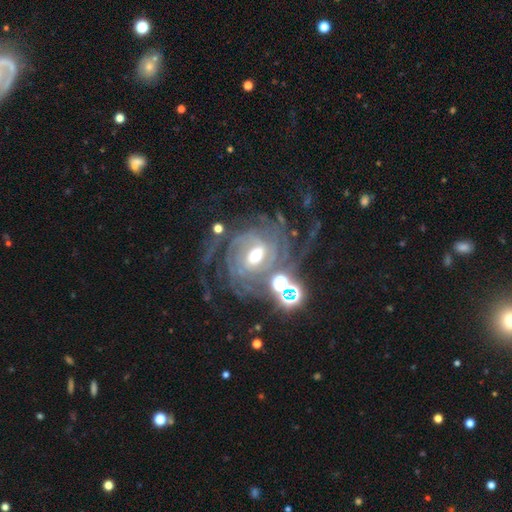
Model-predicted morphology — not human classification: Smooth or featured? Predicted: featured or disk (p=0.88). Edge-on disk? Predicted: no (p=0.97). Bar? Predicted: weak (p=0.42). Spiral arms? Predicted: yes (p=0.97). Spiral winding? Predicted: tight (p=0.58). Spiral arm count? Predicted: can't tell (p=0.23). Bulge size? Predicted: moderate (p=0.62). Merging? Predicted: none (p=0.59).